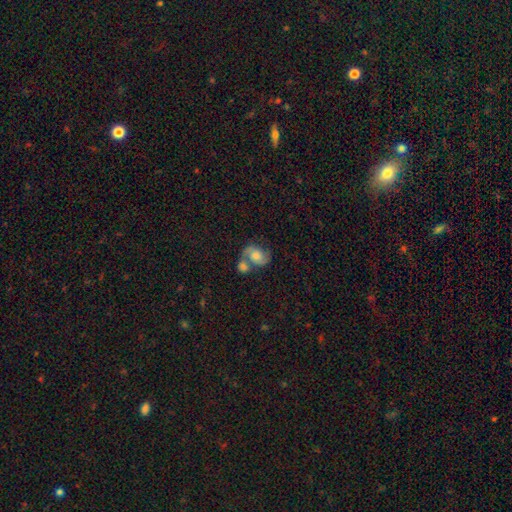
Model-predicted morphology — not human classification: This is likely a featured or disk galaxy (69%). It is clearly not viewed edge-on (98%). Bar: likely no (68%). Spiral arm pattern: clearly yes (91%). Spiral arm count: clearly 2 (90%). Spiral winding: possibly medium (53%). Central bulge: possibly moderate (46%). Merging: possibly merger (46%).